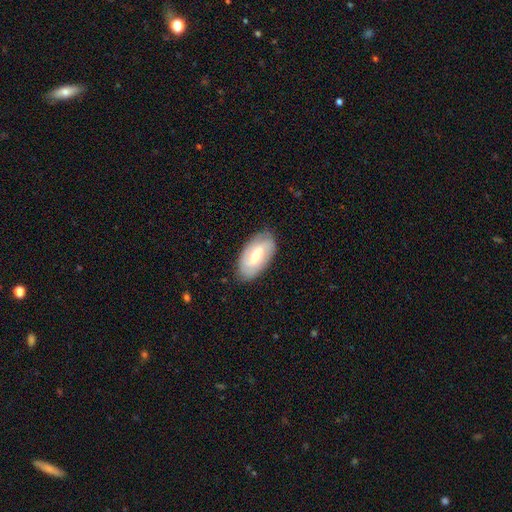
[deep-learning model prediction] Smooth or featured? featured or disk (54%)
Edge-on disk? no (91%)
Merging? none (83%)